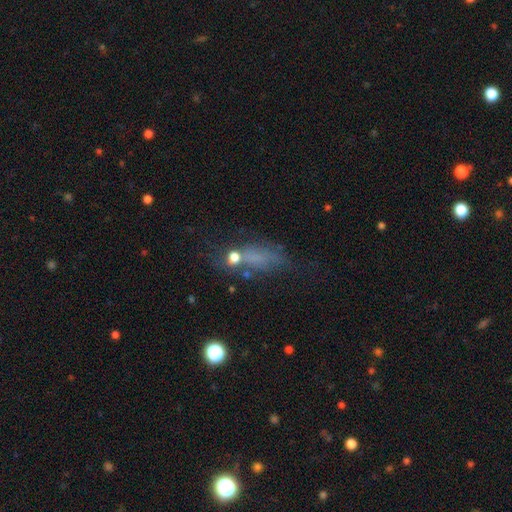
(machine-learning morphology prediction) smooth-or-featured: smooth: 49% | featured or disk: 26% | star or artifact: 24%
  merging: none: 41% | major disturbance: 26% | minor disturbance: 22% | merger: 11%